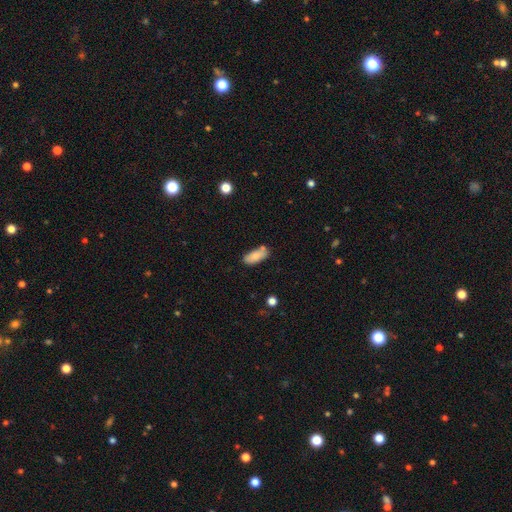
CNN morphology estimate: Smooth or featured? Predicted: smooth (p=0.83). How rounded? Predicted: in between (p=0.83). Merging? Predicted: none (p=0.71).